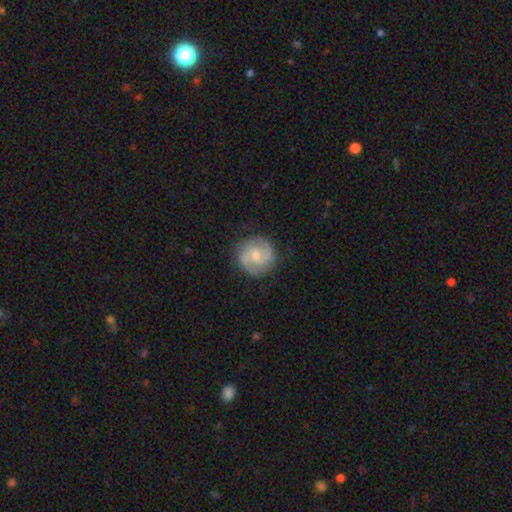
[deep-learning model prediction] Smooth or featured? Predicted: featured or disk (p=0.69). Edge-on disk? Predicted: no (p=0.98). Bar? Predicted: weak (p=0.48). Spiral arms? Predicted: yes (p=0.94). Spiral winding? Predicted: medium (p=0.50). Spiral arm count? Predicted: 2 (p=0.84). Bulge size? Predicted: small (p=0.46). Merging? Predicted: none (p=0.84).